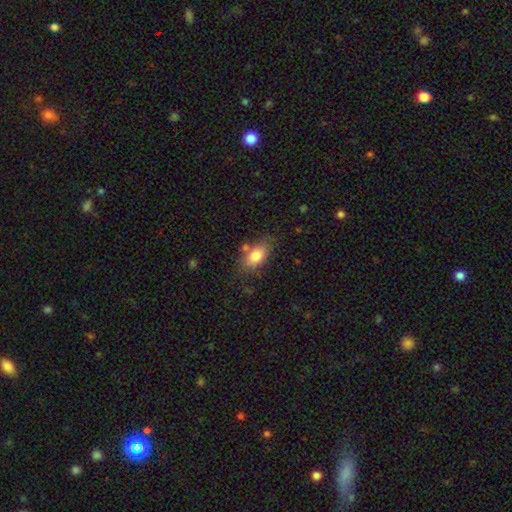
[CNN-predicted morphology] smooth 79%, featured or disk 13%, star or artifact 8%. Down the decision tree: how rounded — in between (87%); merging — none (69%).